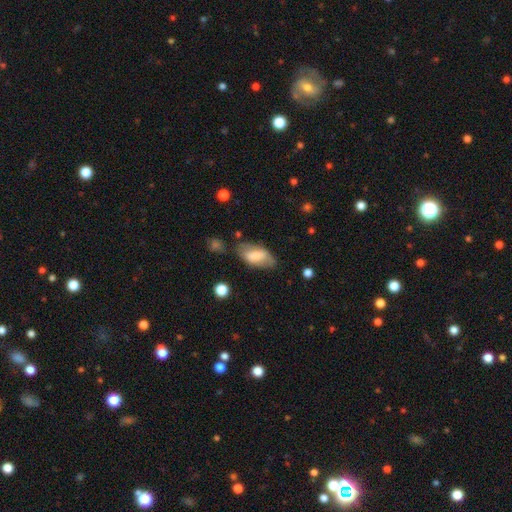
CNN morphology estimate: Smooth or featured?
  - smooth: 68% *
  - featured or disk: 25%
  - star or artifact: 7%
How rounded?
  - in between: 90% *
  - cigar-shaped: 7%
  - round: 3%
Merging?
  - none: 64% *
  - minor disturbance: 23%
  - major disturbance: 9%
  - merger: 4%